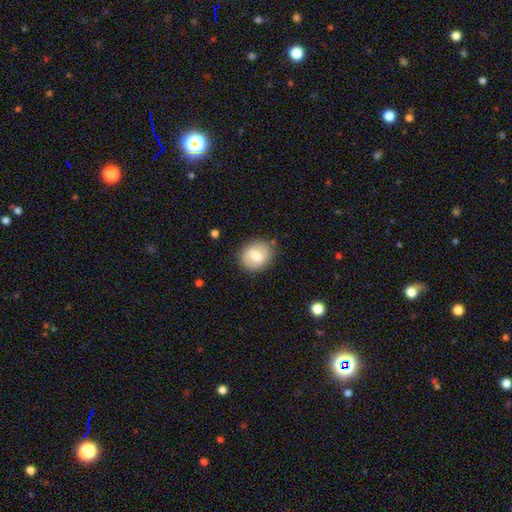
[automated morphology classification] A smooth galaxy with no disk features (67%) that is round (56%). Merging: none (82%).